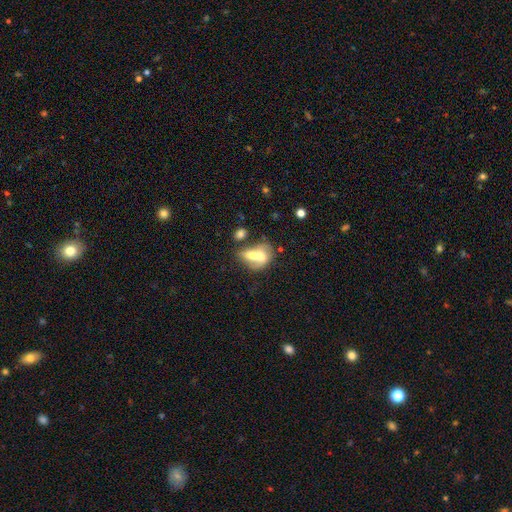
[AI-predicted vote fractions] This appears to be a smooth galaxy with no disk features (55%) that is in between round and cigar-shaped (71%). Merging: merger (66%).